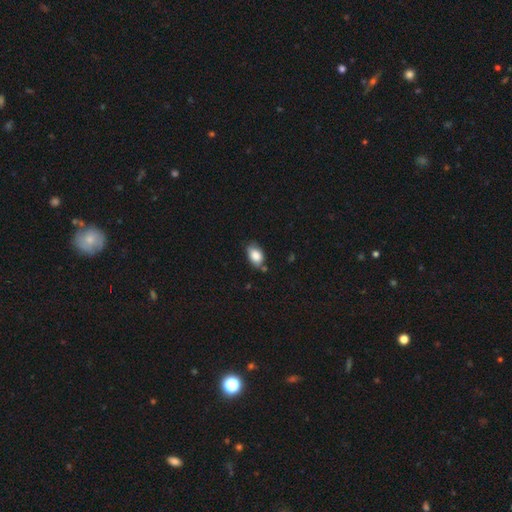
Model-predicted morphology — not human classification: smooth_or_featured: smooth (p=0.84) [alt: featured or disk p=0.09]
how_rounded: in between (p=0.88) [alt: round p=0.10]
merging: none (p=0.60) [alt: minor disturbance p=0.30]